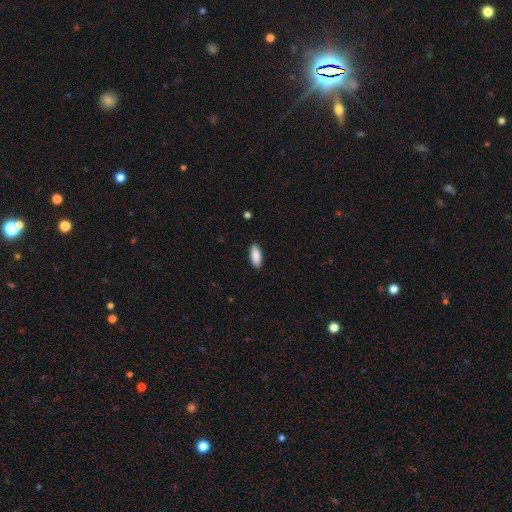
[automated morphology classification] This appears to be a smooth galaxy with no disk features (89%) that is in between round and cigar-shaped (82%). Merging: none (89%).